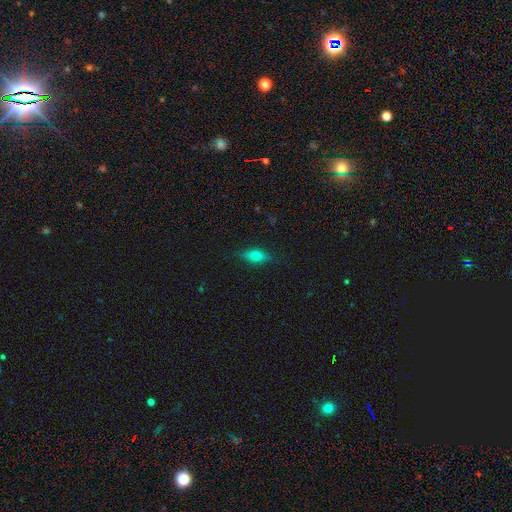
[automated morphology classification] This is possibly a smooth galaxy (60%). How rounded: likely in between (71%). Merging: clearly none (83%).